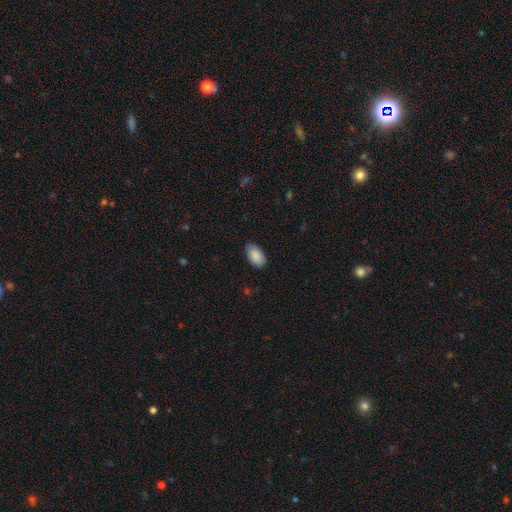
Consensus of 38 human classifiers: smooth_or_featured: smooth (p=0.89) [alt: featured or disk p=0.05]
how_rounded: in between (p=0.97) [alt: round p=0.03]
merging: none (p=0.81) [alt: minor disturbance p=0.17]